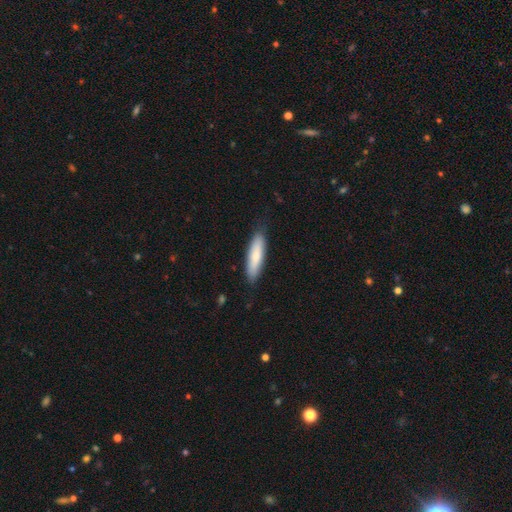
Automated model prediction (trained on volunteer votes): Q: Smooth or featured?
A: smooth (80%); runner-up: featured or disk (14%)
Q: How rounded?
A: cigar-shaped (69%); runner-up: in between (30%)
Q: Merging?
A: none (83%); runner-up: minor disturbance (14%)